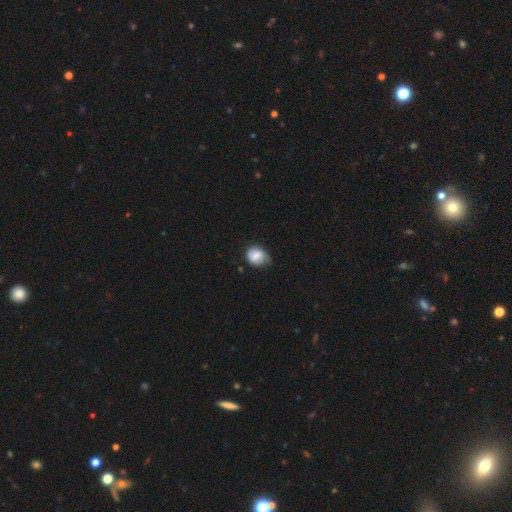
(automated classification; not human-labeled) smooth_or_featured: smooth (p=0.80) [alt: featured or disk p=0.12]
how_rounded: round (p=0.54) [alt: in between p=0.45]
merging: none (p=0.52) [alt: minor disturbance p=0.38]